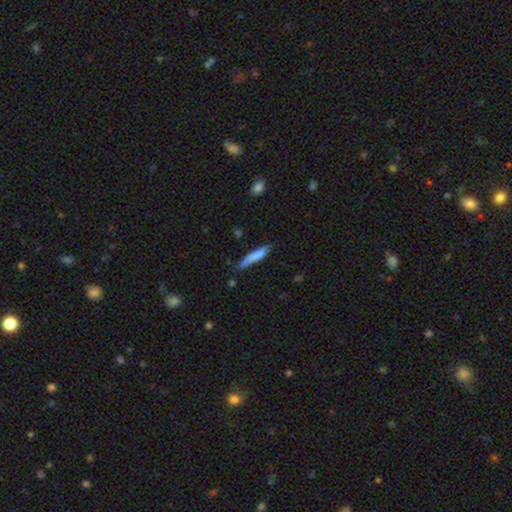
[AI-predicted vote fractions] The model was most divided on "merging": none: 61%, minor disturbance: 29%, major disturbance: 6%, merger: 4%. More confident: how rounded — cigar-shaped (88%); smooth or featured — smooth (75%).